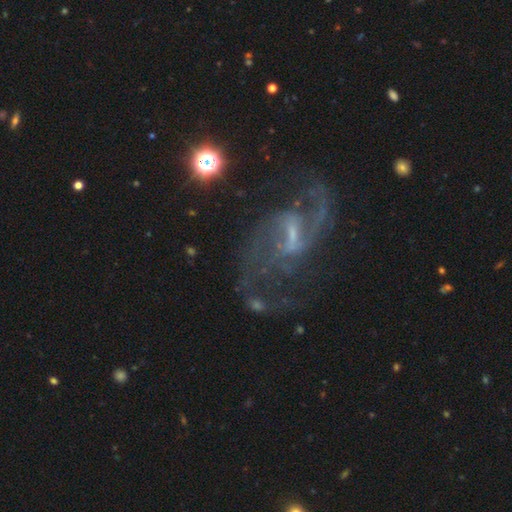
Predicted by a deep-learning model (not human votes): smooth_or_featured: featured or disk (p=0.87) [alt: star or artifact p=0.08]
disk_edge_on: no (p=0.96) [alt: yes p=0.04]
bar: weak (p=0.53) [alt: strong p=0.35]
has_spiral_arms: yes (p=0.96) [alt: no p=0.04]
spiral_winding: medium (p=0.46) [alt: loose p=0.42]
spiral_arm_count: 2 (p=0.85) [alt: can't tell p=0.06]
bulge_size: small (p=0.55) [alt: none p=0.22]
merging: none (p=0.66) [alt: minor disturbance p=0.16]